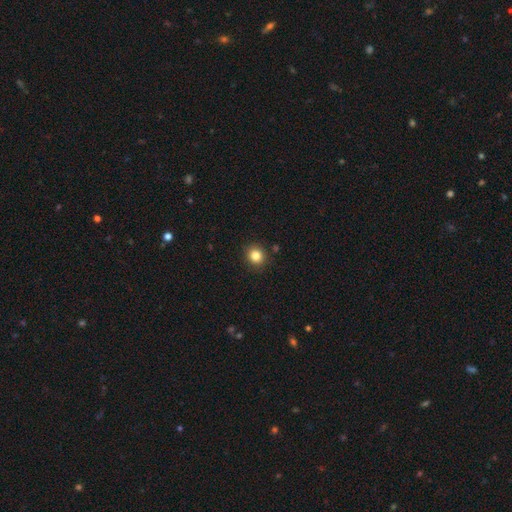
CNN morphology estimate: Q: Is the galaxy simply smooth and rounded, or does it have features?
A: smooth — 84%.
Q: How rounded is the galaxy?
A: round — 86%.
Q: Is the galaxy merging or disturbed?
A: none — 90%.